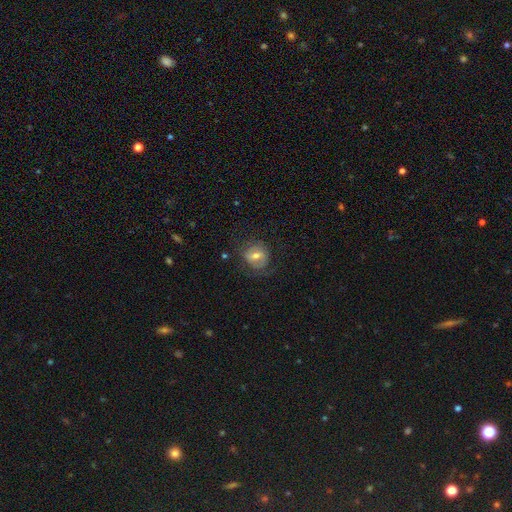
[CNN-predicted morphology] Smooth or featured? smooth (47%)
Merging? none (65%)